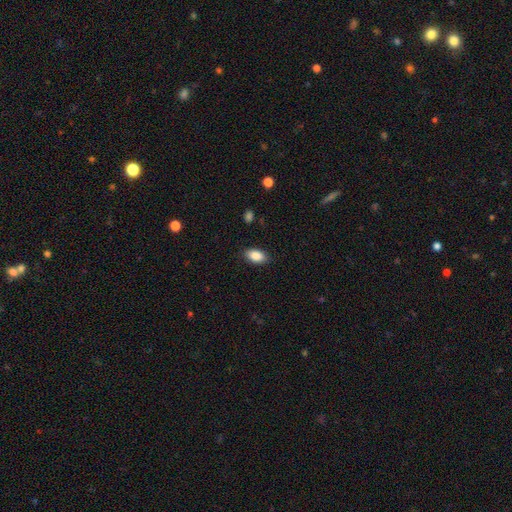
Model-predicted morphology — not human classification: Smooth or featured: smooth — 88% (star or artifact — 7%)
How rounded: in between — 92% (round — 6%)
Merging: none — 87% (minor disturbance — 10%)